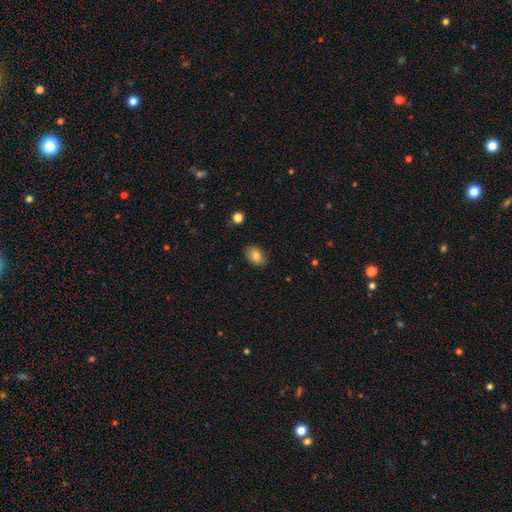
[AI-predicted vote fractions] This appears to be a smooth galaxy with no disk features (82%) that is in between round and cigar-shaped (79%). Merging: none (83%).